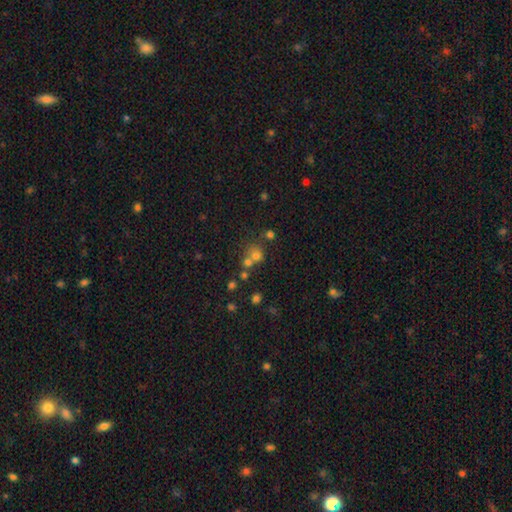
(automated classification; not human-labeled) Smooth or featured?
  - smooth: 64% *
  - star or artifact: 24%
  - featured or disk: 13%
How rounded?
  - round: 81% *
  - in between: 18%
  - cigar-shaped: 1%
Merging?
  - none: 48% *
  - merger: 39%
  - minor disturbance: 9%
  - major disturbance: 5%